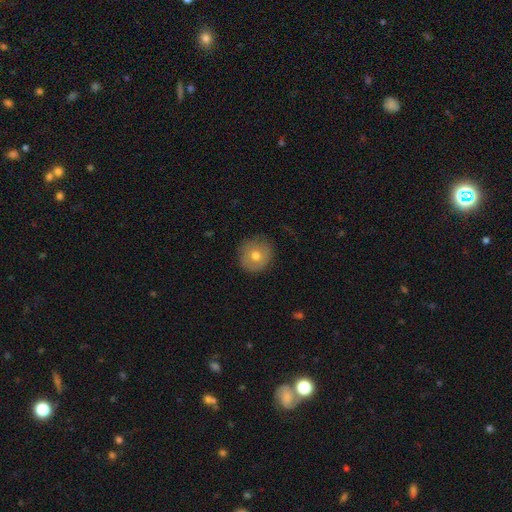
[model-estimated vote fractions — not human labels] Smooth or featured?
  - smooth: 68% *
  - featured or disk: 24%
  - star or artifact: 9%
How rounded?
  - round: 90% *
  - in between: 9%
  - cigar-shaped: 1%
Merging?
  - none: 80% *
  - minor disturbance: 15%
  - major disturbance: 4%
  - merger: 1%